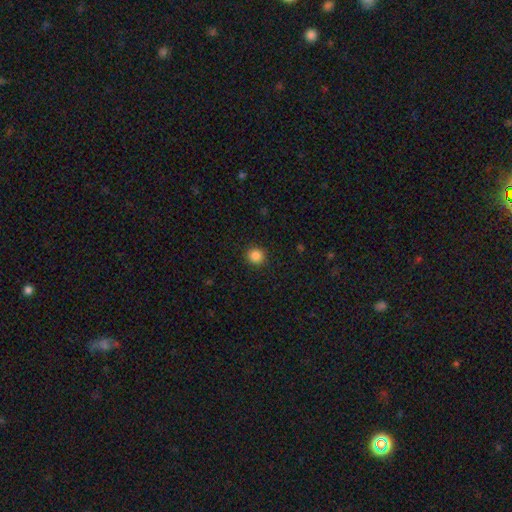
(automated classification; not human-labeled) Smooth or featured? Predicted: smooth (p=0.86). How rounded? Predicted: round (p=0.92). Merging? Predicted: none (p=0.91).